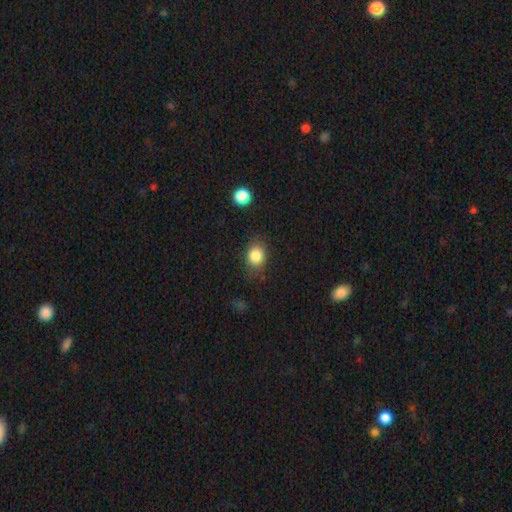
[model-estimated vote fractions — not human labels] smooth-or-featured: smooth: 84% | star or artifact: 10% | featured or disk: 6%
  how-rounded: round: 52% | in between: 47% | cigar-shaped: 1%
  merging: none: 77% | minor disturbance: 17% | major disturbance: 5% | merger: 2%